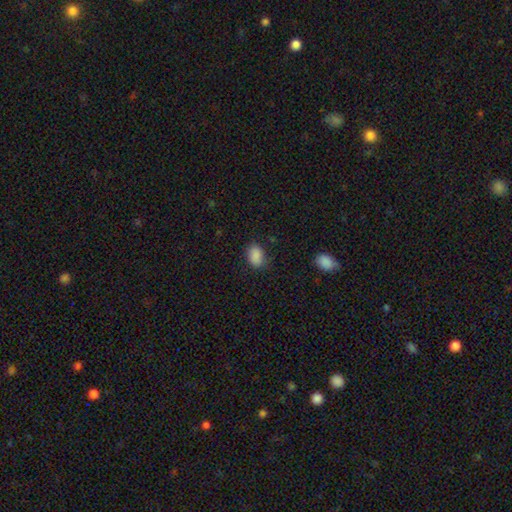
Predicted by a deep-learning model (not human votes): Overall: smooth (87%). How rounded: in between (82%). Merging: none (78%).